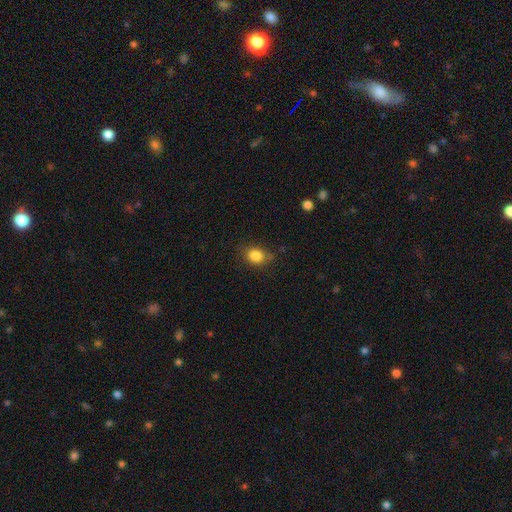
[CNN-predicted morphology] The model was most divided on "how rounded": in between: 50%, round: 49%, cigar-shaped: 1%. More confident: smooth or featured — smooth (84%); merging — none (75%).